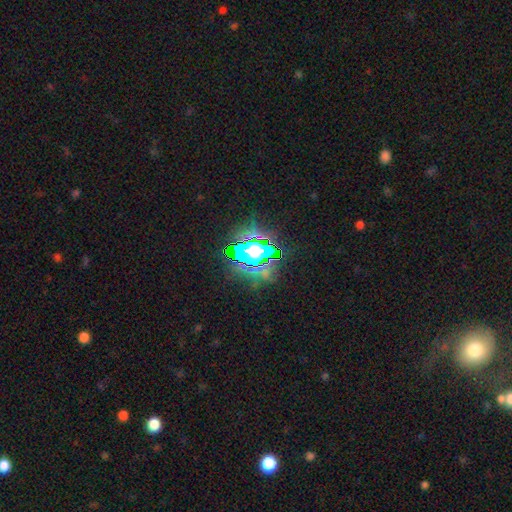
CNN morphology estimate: Q: Smooth or featured?
A: star or artifact (65%); runner-up: smooth (20%)